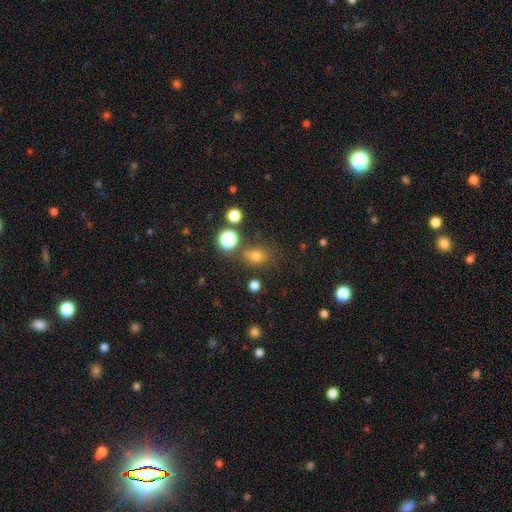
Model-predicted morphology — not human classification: This appears to be a smooth galaxy with no disk features (70%) that is round (57%). Merging: none (73%).